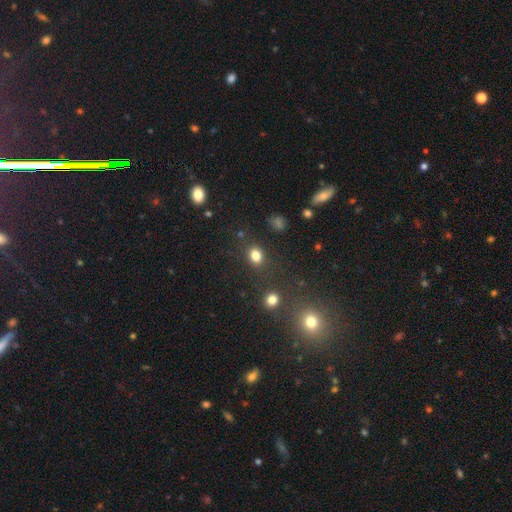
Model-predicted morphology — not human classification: type=smooth (82%); roundness=in between (57%); merging=none (80%).